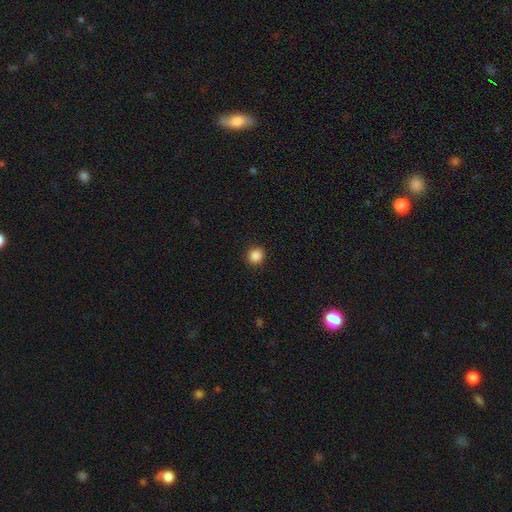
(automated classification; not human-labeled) A smooth galaxy with no disk features (87%) that is round (90%).

Vote fractions:
- Smooth or featured? smooth: 87% / star or artifact: 10% / featured or disk: 3%
- How rounded? round: 90% / in between: 9% / cigar-shaped: 1%
- Merging? none: 92% / minor disturbance: 6% / major disturbance: 2% / merger: 1%